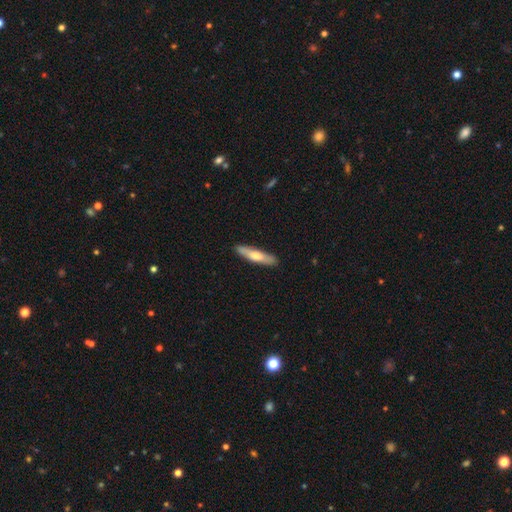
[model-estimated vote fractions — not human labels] Morphology: type=smooth (57%); roundness=cigar-shaped (83%); merging=none (89%).